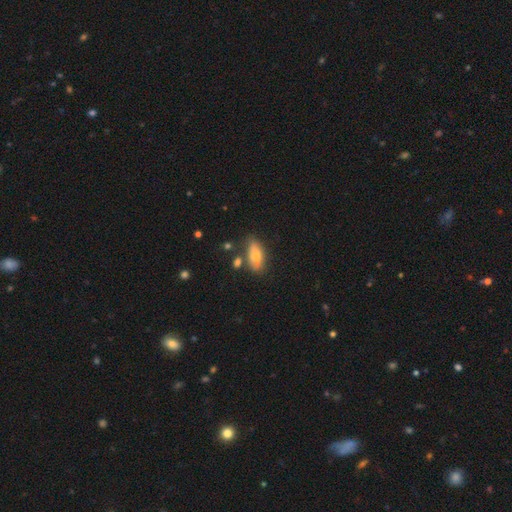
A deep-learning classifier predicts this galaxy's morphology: The model was most divided on "smooth or featured": smooth: 71%, featured or disk: 21%, star or artifact: 8%. More confident: how rounded — in between (82%); merging — none (70%).